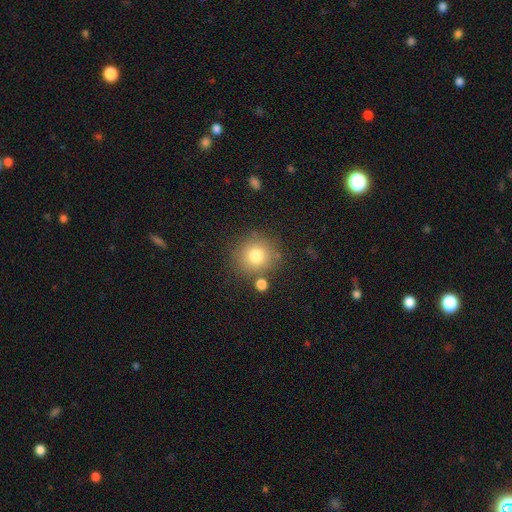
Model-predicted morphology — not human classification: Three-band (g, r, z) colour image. It shows a smooth galaxy with no disk features (77%) that is round (91%). Merging: none (78%).